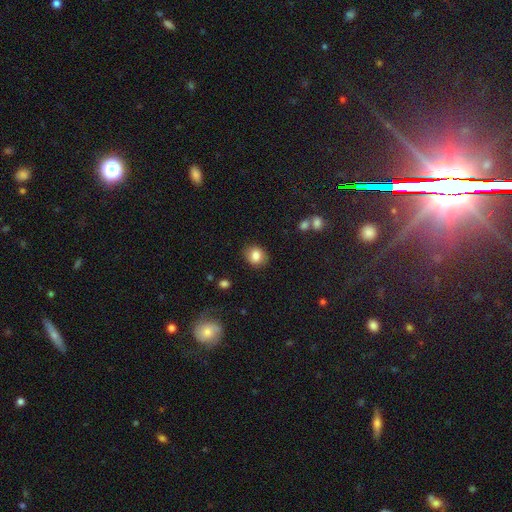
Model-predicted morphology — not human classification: This appears to be a smooth galaxy with no disk features (83%) that is round (62%). Merging: none (84%).